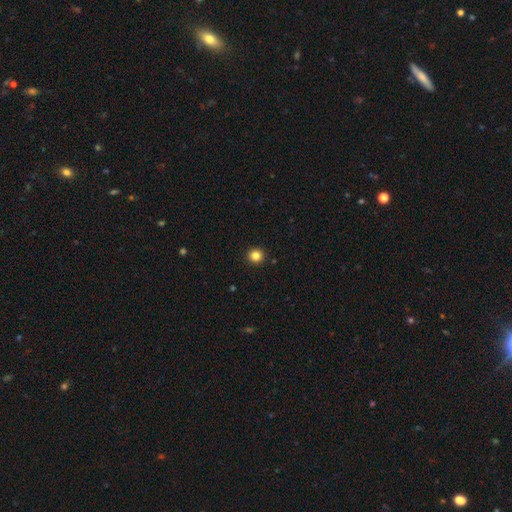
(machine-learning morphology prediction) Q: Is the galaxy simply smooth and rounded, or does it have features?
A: smooth — 83%.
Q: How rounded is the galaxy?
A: round — 93%.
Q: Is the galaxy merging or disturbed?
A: none — 93%.